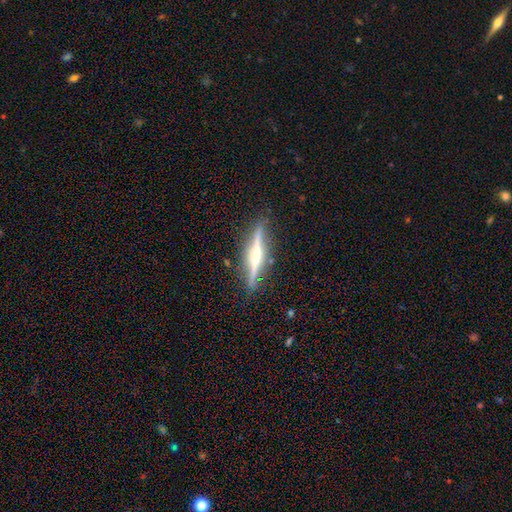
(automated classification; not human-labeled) Smooth or featured?
  - featured or disk: 75% *
  - smooth: 19%
  - star or artifact: 6%
Edge-on disk?
  - yes: 97% *
  - no: 3%
Edge-on bulge?
  - rounded: 62% *
  - none: 24%
  - boxy: 13%
Merging?
  - none: 87% *
  - minor disturbance: 9%
  - major disturbance: 2%
  - merger: 2%